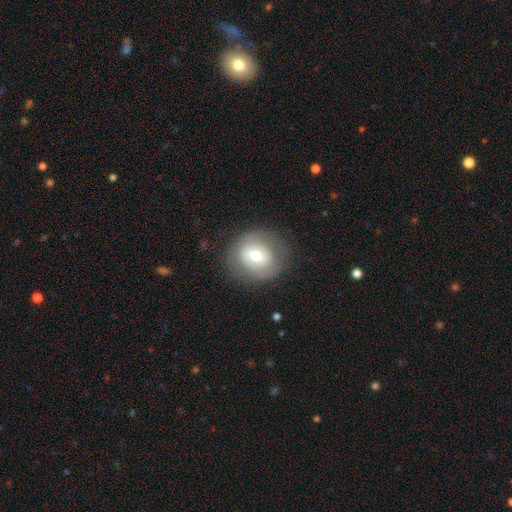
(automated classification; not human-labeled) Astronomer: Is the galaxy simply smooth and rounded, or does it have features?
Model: smooth — 55% (runner-up: featured or disk, 36%).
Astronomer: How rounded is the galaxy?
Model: round — 83%.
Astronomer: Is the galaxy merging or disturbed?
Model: none — 79%.